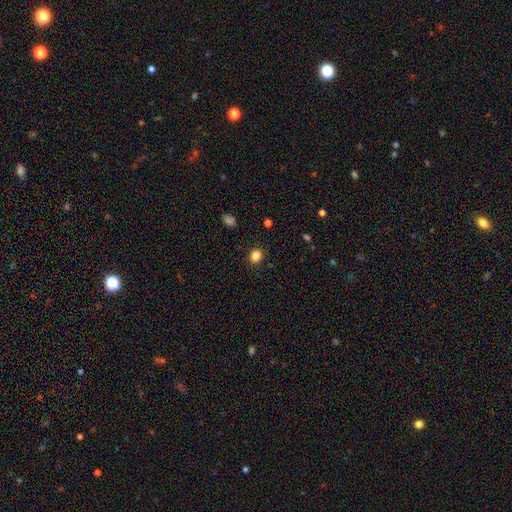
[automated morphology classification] smooth 85%, star or artifact 11%, featured or disk 4%. Down the decision tree: how rounded — round (63%); merging — none (89%).